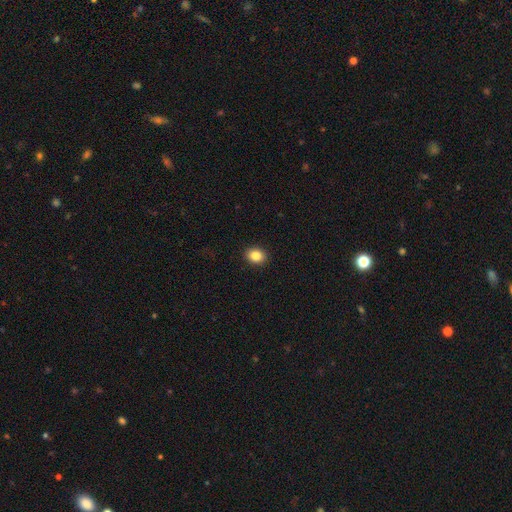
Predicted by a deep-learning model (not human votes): Overall: smooth (85%). How rounded: in between (51%; round 48%). Merging: none (91%).